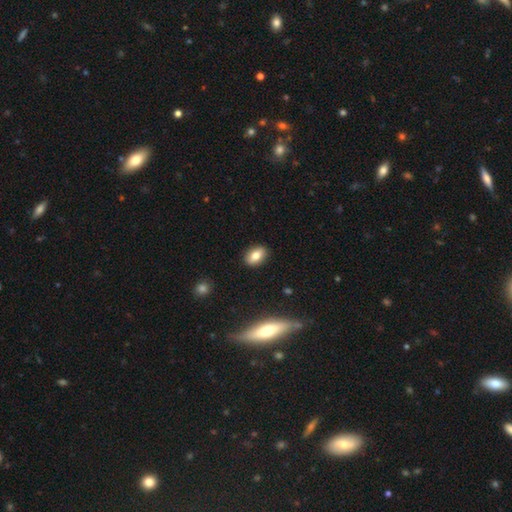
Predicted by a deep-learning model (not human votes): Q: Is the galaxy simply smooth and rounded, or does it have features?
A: smooth — 78%.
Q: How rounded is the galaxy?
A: in between — 86%.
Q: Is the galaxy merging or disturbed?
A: none — 89%.